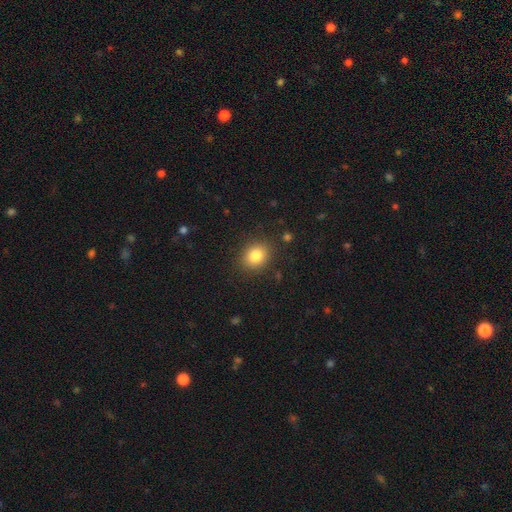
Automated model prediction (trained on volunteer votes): Smooth or featured?
  - smooth: 82% *
  - star or artifact: 11%
  - featured or disk: 7%
How rounded?
  - round: 64% *
  - in between: 35%
  - cigar-shaped: 1%
Merging?
  - none: 87% *
  - minor disturbance: 9%
  - major disturbance: 3%
  - merger: 1%